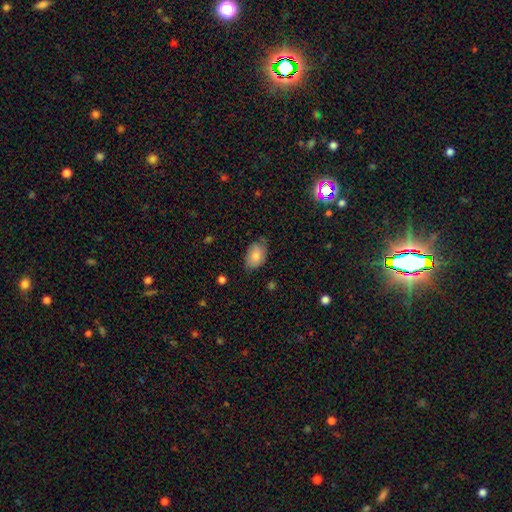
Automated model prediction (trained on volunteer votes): smooth 81%, featured or disk 12%, star or artifact 7%. Down the decision tree: how rounded — in between (90%); merging — none (65%).